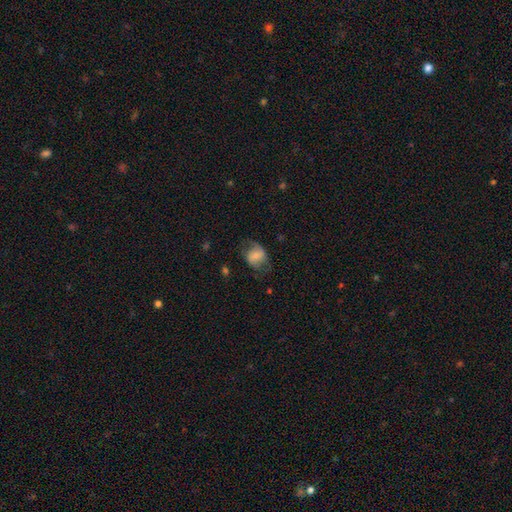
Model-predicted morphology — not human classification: Q: Smooth or featured?
A: smooth (53%); runner-up: featured or disk (39%)
Q: How rounded?
A: in between (52%); runner-up: round (47%)
Q: Merging?
A: none (54%); runner-up: minor disturbance (26%)